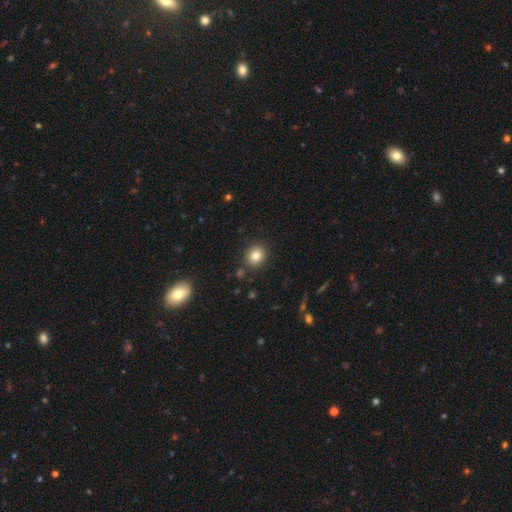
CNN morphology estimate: The model was most divided on "how rounded": round: 76%, in between: 23%, cigar-shaped: 1%. More confident: merging — none (88%); smooth or featured — smooth (81%).